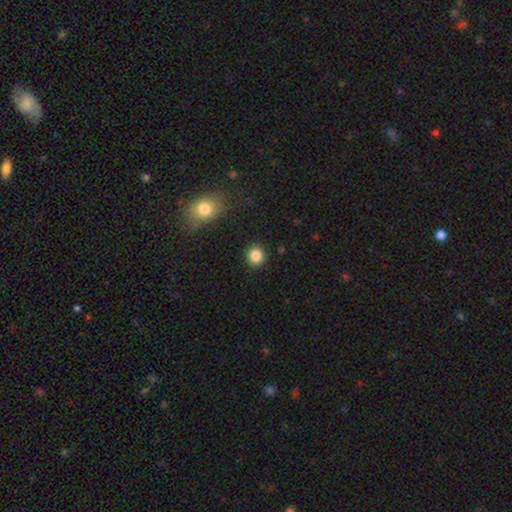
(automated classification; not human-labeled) A smooth galaxy with no disk features (86%) that is round (86%).

Vote fractions:
- Smooth or featured? smooth: 86% / star or artifact: 10% / featured or disk: 4%
- How rounded? round: 86% / in between: 13% / cigar-shaped: 1%
- Merging? none: 90% / minor disturbance: 6% / major disturbance: 2% / merger: 2%